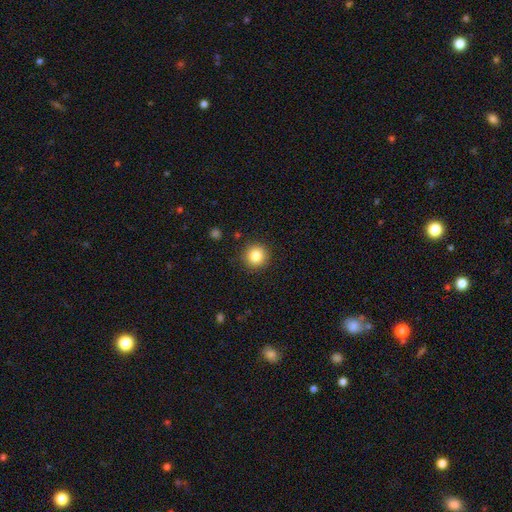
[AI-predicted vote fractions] smooth_or_featured: smooth (p=0.84) [alt: star or artifact p=0.10]
how_rounded: round (p=0.94) [alt: in between p=0.05]
merging: none (p=0.90) [alt: minor disturbance p=0.07]